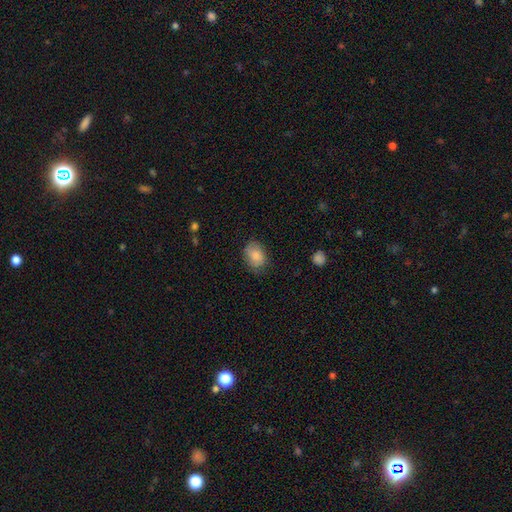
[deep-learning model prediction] Overall: smooth (85%). How rounded: in between (75%). Merging: none (74%).